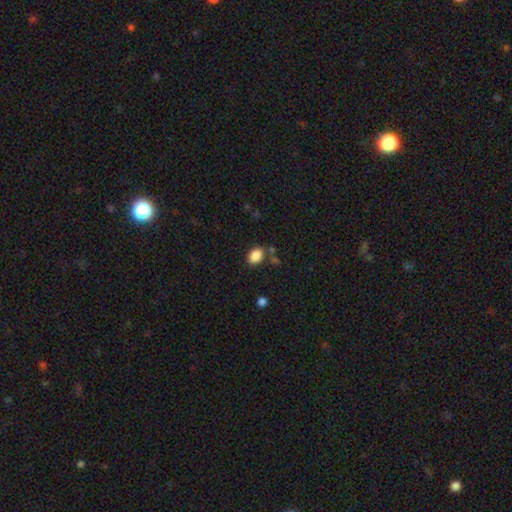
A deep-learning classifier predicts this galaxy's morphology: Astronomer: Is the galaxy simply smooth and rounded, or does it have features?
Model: smooth — 87%.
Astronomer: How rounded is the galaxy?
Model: in between — 73%.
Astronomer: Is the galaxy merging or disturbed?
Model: none — 75%.